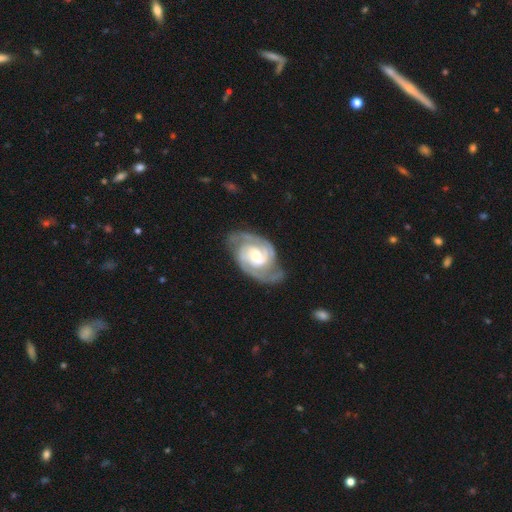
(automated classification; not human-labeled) Smooth or featured: featured or disk — 91% (smooth — 6%)
Edge-on disk: no — 98% (yes — 2%)
Bar: no — 51% (weak — 39%)
Spiral arms: yes — 98% (no — 2%)
Spiral winding: tight — 55% (medium — 39%)
Spiral arm count: 2 — 72% (3 — 14%)
Bulge size: moderate — 54% (small — 35%)
Merging: none — 71% (minor disturbance — 19%)